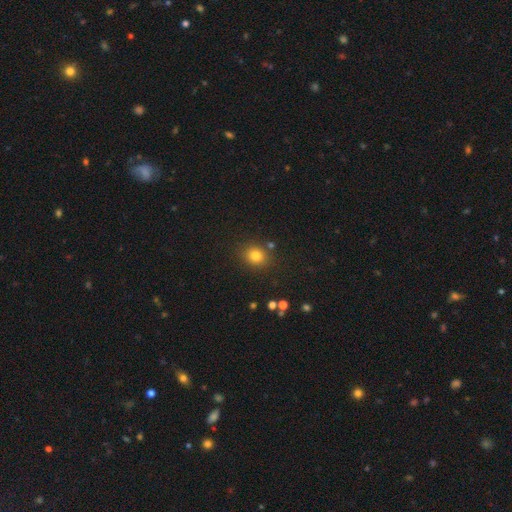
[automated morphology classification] This is clearly a smooth galaxy (81%). How rounded: likely round (74%). Merging: clearly none (82%).